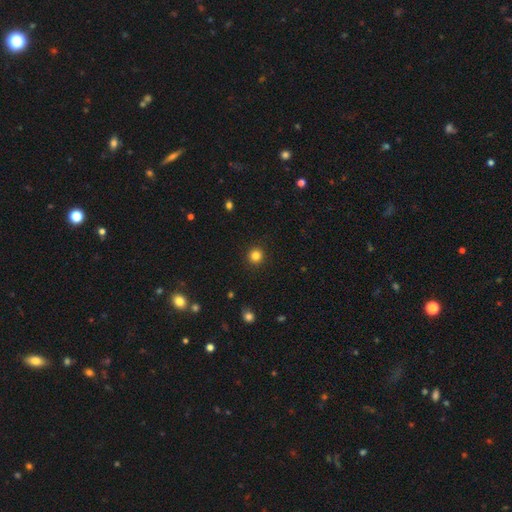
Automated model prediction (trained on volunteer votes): This appears to be a smooth galaxy with no disk features (83%) that is round (93%). Merging: none (92%).